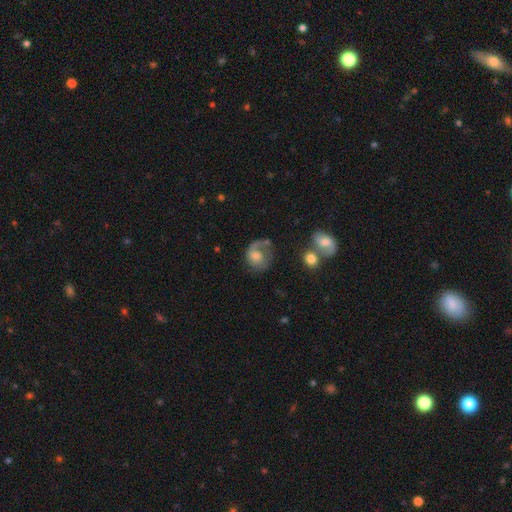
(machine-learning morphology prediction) This appears to be a featured or disk galaxy (57%) with no bar (71%), spiral arms (79%) and a moderate central bulge (48%). Merging: none (42%).